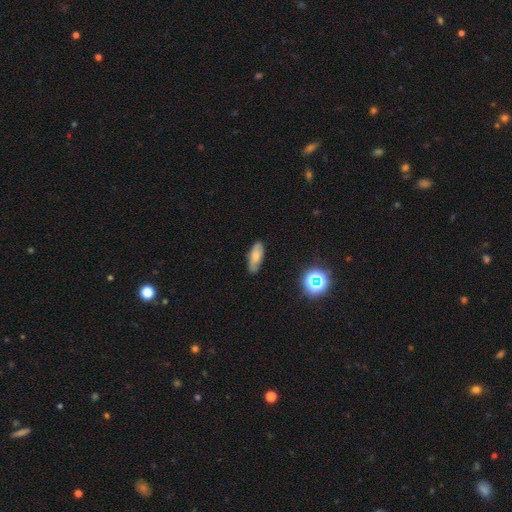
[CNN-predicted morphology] Smooth or featured? Predicted: smooth (p=0.68). How rounded? Predicted: in between (p=0.76). Merging? Predicted: none (p=0.77).